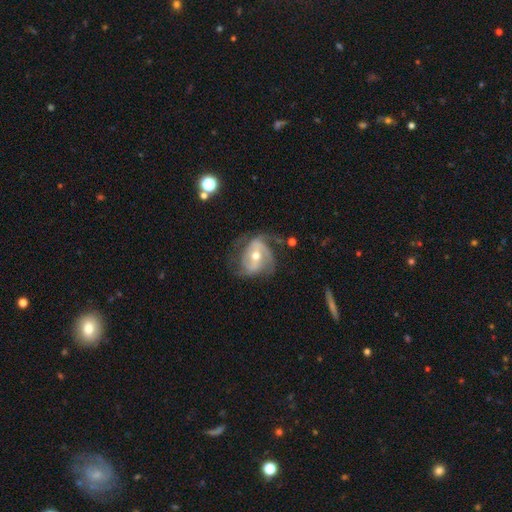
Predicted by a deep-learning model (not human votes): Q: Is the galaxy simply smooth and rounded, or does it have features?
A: featured or disk — 81%.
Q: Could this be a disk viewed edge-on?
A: no — 97%.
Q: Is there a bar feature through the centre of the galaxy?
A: weak — 41%.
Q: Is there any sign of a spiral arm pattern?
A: yes — 90%.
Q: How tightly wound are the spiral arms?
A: medium — 44%.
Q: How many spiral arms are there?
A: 2 — 39%.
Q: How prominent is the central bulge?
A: moderate — 65%.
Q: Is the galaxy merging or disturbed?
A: none — 54%.